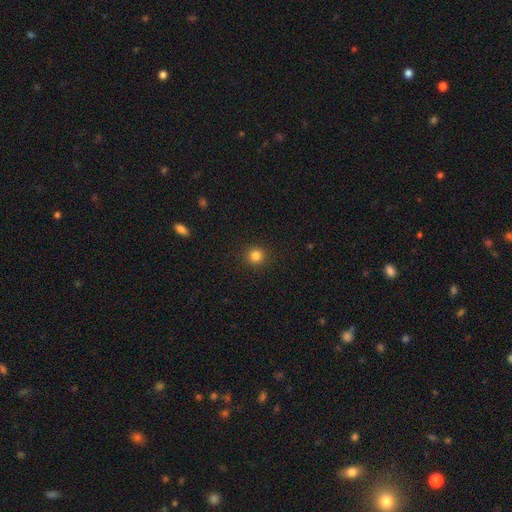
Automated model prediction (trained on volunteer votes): This is clearly a smooth galaxy (83%). How rounded: clearly round (92%). Merging: clearly none (91%).